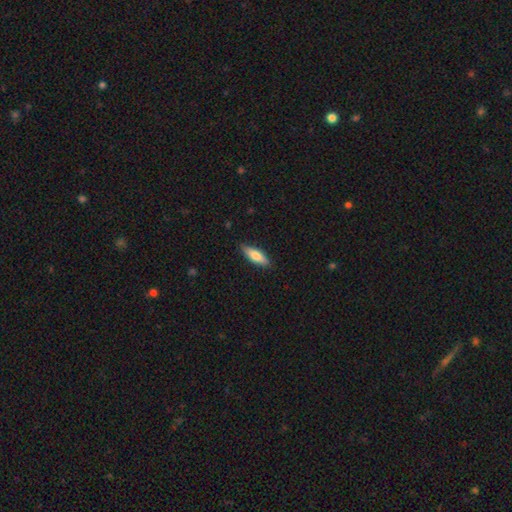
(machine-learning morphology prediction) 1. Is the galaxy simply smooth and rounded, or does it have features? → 73% smooth, 22% featured or disk, 5% star or artifact.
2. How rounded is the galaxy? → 52% in between, 46% cigar-shaped, 2% round.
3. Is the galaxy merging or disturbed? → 87% none, 10% minor disturbance, 2% major disturbance, 1% merger.